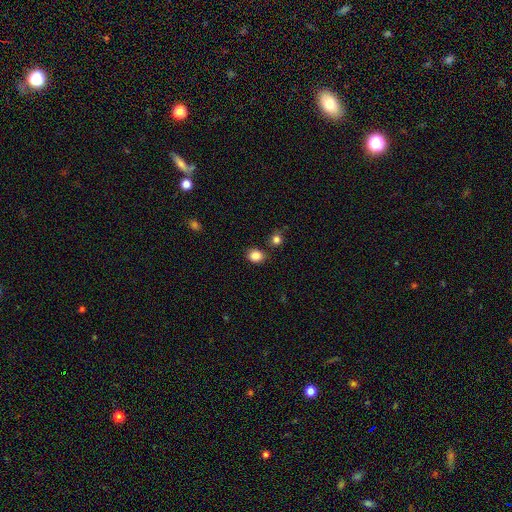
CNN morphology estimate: This is clearly a smooth galaxy (86%). How rounded: possibly round (52%). Merging: clearly none (80%).